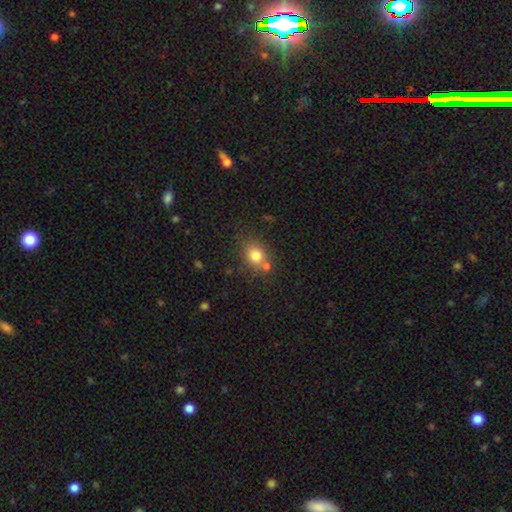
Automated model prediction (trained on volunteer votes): Smooth or featured? Predicted: smooth (p=0.78). How rounded? Predicted: round (p=0.63). Merging? Predicted: none (p=0.62).